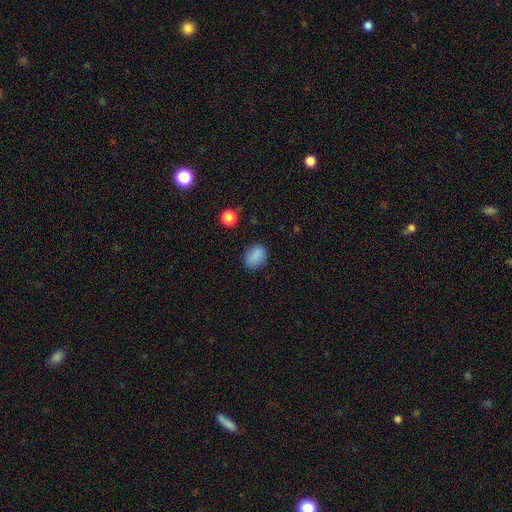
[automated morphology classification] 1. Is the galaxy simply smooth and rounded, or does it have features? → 85% smooth, 10% star or artifact, 4% featured or disk.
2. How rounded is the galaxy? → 59% in between, 40% round, 1% cigar-shaped.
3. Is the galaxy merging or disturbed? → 83% none, 12% minor disturbance, 3% major disturbance, 1% merger.